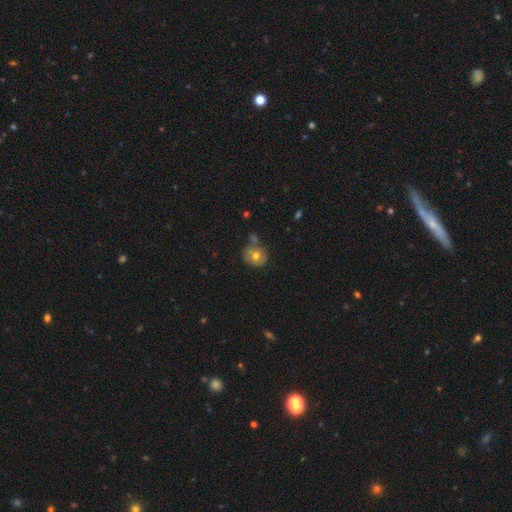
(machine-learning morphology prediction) A smooth galaxy with no disk features (70%) that is round (85%).

Vote fractions:
- Smooth or featured? smooth: 70% / featured or disk: 20% / star or artifact: 10%
- How rounded? round: 85% / in between: 14% / cigar-shaped: 1%
- Merging? none: 64% / merger: 16% / minor disturbance: 16% / major disturbance: 4%